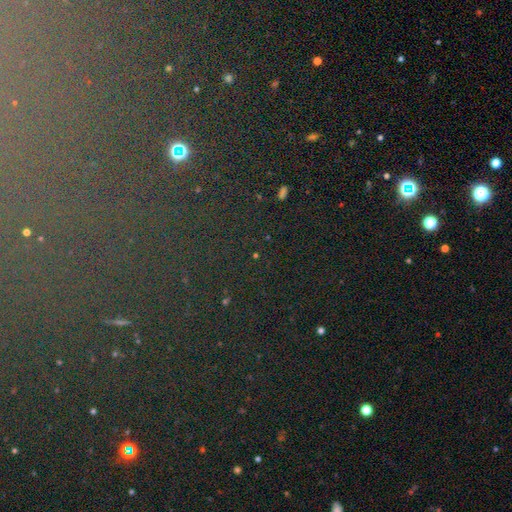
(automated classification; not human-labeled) star or artifact 79%, smooth 13%, featured or disk 8%.